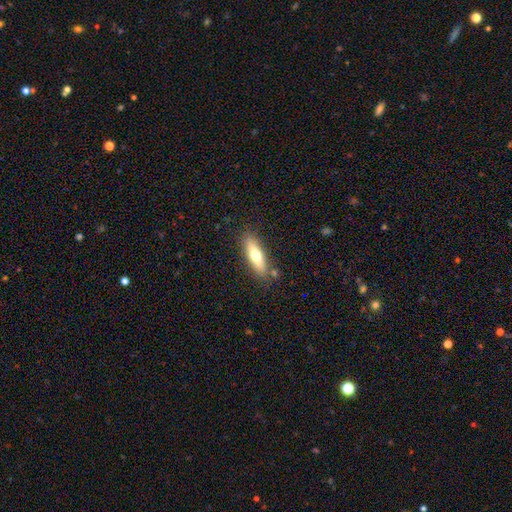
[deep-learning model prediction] A smooth galaxy with no disk features (64%) that is cigar-shaped (58%).

Vote fractions:
- Smooth or featured? smooth: 64% / featured or disk: 30% / star or artifact: 6%
- How rounded? cigar-shaped: 58% / in between: 40% / round: 2%
- Merging? none: 82% / minor disturbance: 11% / merger: 4% / major disturbance: 3%